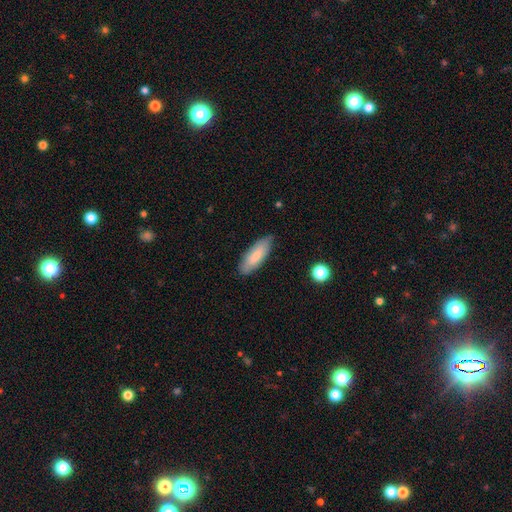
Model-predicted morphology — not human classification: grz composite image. It shows a smooth galaxy with no disk features (79%) that is in between round and cigar-shaped (65%). Merging: none (81%).